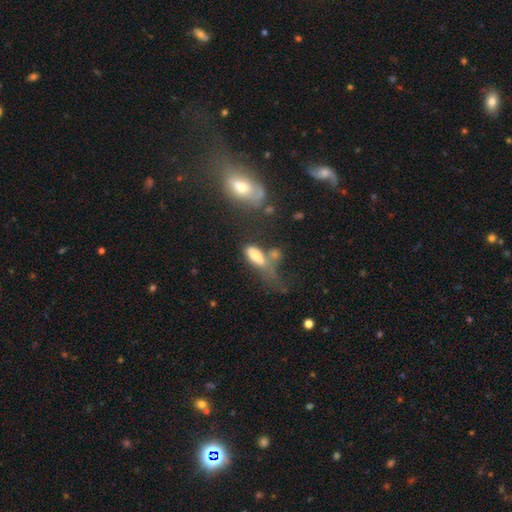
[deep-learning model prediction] This appears to be a smooth galaxy with no disk features (72%) that is in between round and cigar-shaped (78%). Merging: major disturbance (30%).